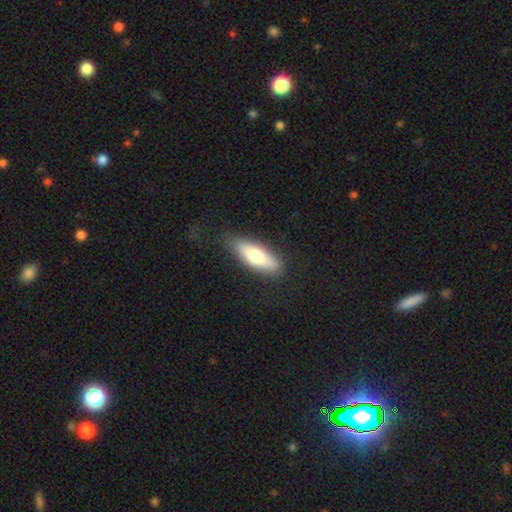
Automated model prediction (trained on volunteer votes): smooth 69%, featured or disk 25%, star or artifact 6%. Down the decision tree: how rounded — in between (62%); merging — none (82%).